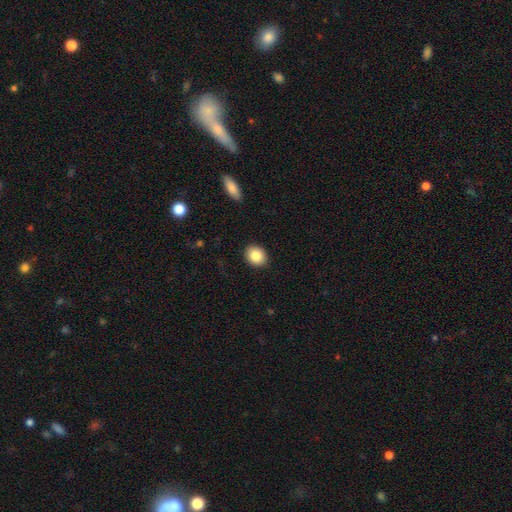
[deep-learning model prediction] The model was most divided on "how rounded": round: 61%, in between: 38%, cigar-shaped: 1%. More confident: merging — none (91%); smooth or featured — smooth (85%).